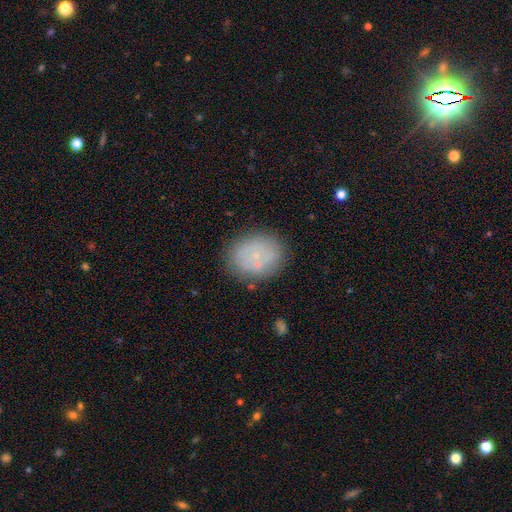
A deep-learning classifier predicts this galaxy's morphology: A smooth galaxy with no disk features (60%) that is round (56%). Merging: none (75%).